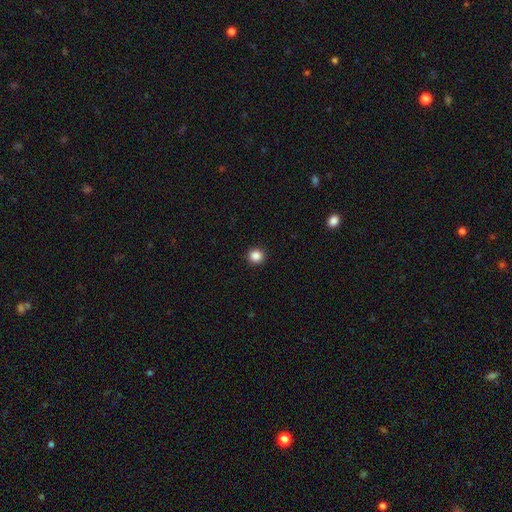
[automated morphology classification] This is clearly a smooth galaxy (86%). How rounded: clearly round (93%). Merging: clearly none (93%).